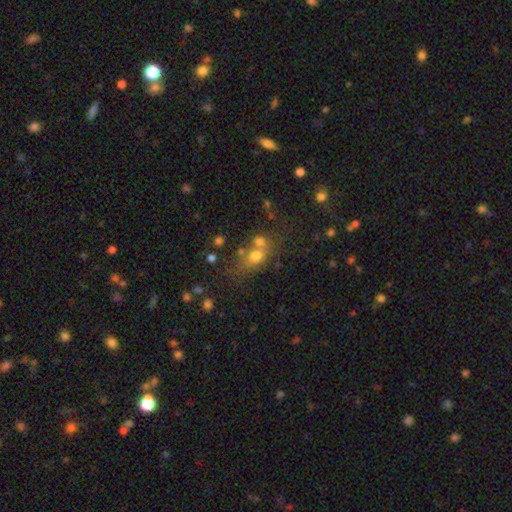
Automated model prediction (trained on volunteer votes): This appears to be a smooth galaxy with no disk features (68%) that is in between round and cigar-shaped (49%). Merging: none (44%).